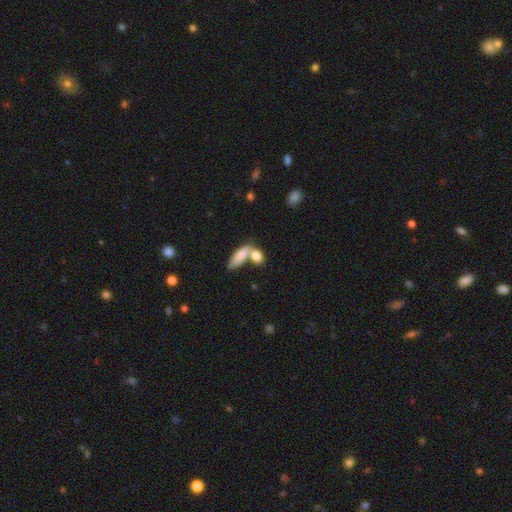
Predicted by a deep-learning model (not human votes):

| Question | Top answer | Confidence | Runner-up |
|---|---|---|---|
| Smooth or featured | smooth | 82% | featured or disk (11%) |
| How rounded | in between | 73% | cigar-shaped (14%) |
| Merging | merger | 48% | none (37%) |